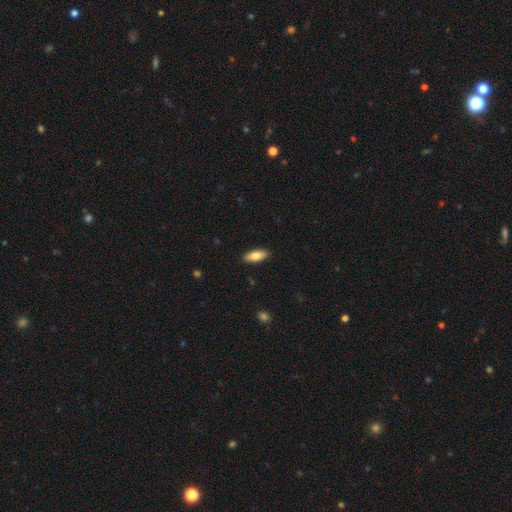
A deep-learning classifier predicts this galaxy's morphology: This appears to be a smooth galaxy with no disk features (80%) that is in between round and cigar-shaped (79%). Merging: none (90%).